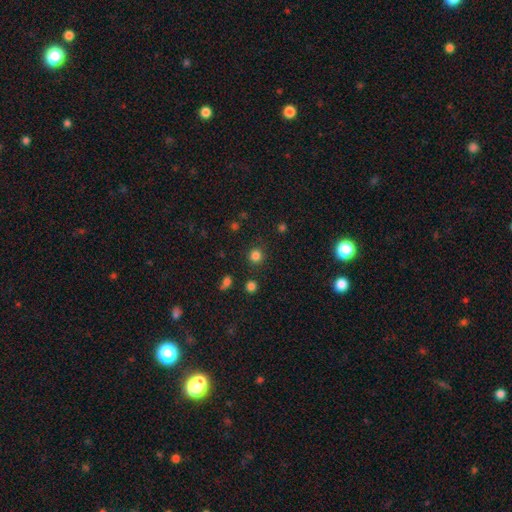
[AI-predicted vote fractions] smooth 81%, star or artifact 14%, featured or disk 4%. Down the decision tree: how rounded — round (92%); merging — none (88%).